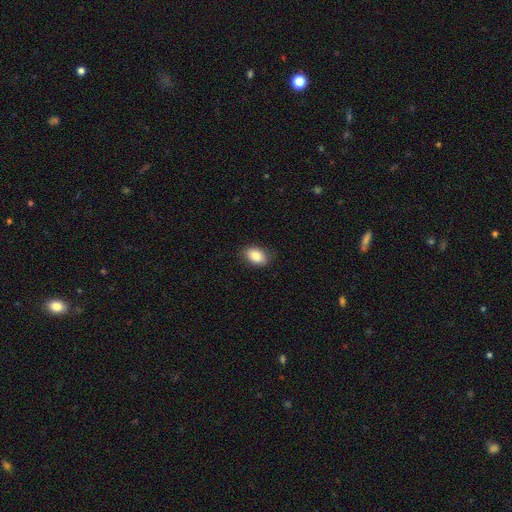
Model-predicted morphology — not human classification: This is clearly a smooth galaxy (86%). How rounded: clearly in between (87%). Merging: clearly none (85%).